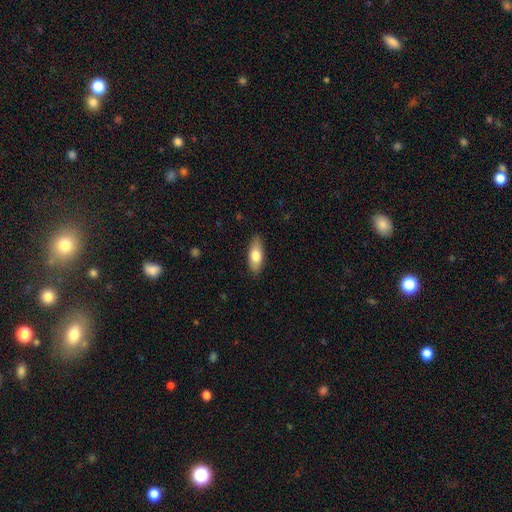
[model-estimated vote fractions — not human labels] A smooth galaxy with no disk features (75%) that is in between round and cigar-shaped (76%).

Vote fractions:
- Smooth or featured? smooth: 75% / featured or disk: 19% / star or artifact: 6%
- How rounded? in between: 76% / cigar-shaped: 22% / round: 3%
- Merging? none: 86% / minor disturbance: 11% / major disturbance: 2% / merger: 1%